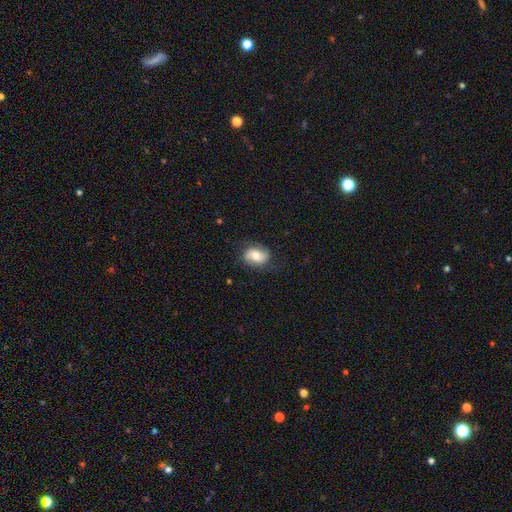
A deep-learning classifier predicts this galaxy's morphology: Overall: smooth (50%; featured or disk 41%). How rounded: in between (67%; round 31%). Merging: none (71%).